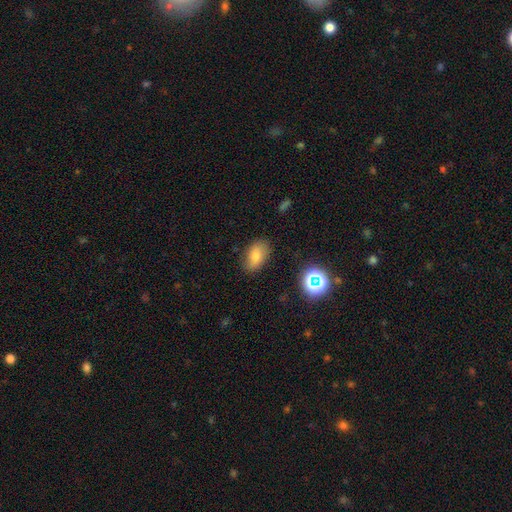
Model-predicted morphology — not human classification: Smooth or featured? Predicted: smooth (p=0.76). How rounded? Predicted: in between (p=0.89). Merging? Predicted: none (p=0.82).